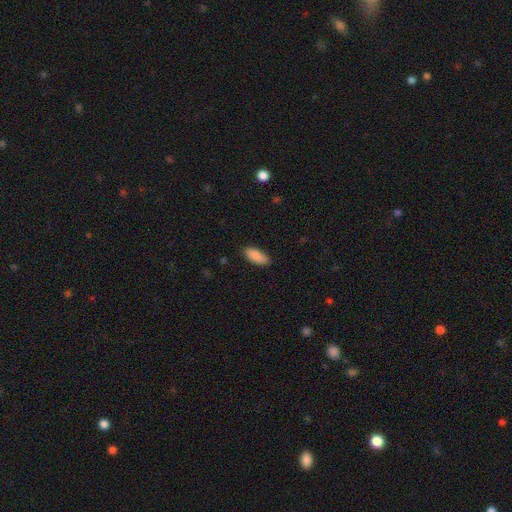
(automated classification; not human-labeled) Smooth or featured: smooth — 90% (star or artifact — 6%)
How rounded: in between — 85% (cigar-shaped — 13%)
Merging: none — 85% (minor disturbance — 11%)